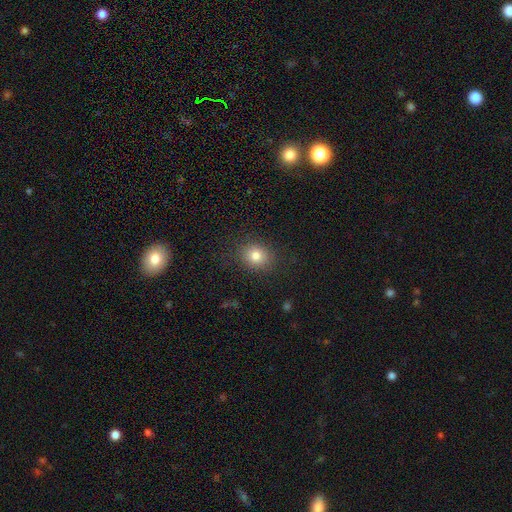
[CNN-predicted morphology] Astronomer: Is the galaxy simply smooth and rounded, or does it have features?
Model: smooth — 80%.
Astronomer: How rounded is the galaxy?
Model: round — 70%.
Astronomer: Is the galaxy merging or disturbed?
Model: none — 87%.